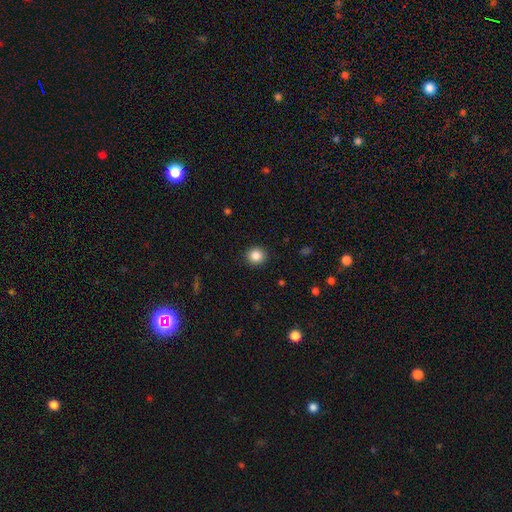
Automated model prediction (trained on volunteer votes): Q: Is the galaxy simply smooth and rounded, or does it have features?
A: smooth — 86%.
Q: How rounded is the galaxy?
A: round — 88%.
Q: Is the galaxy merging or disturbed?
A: none — 91%.